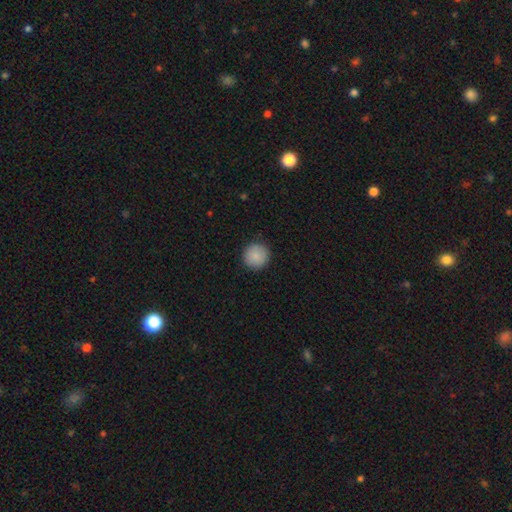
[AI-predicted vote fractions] A smooth galaxy with no disk features (87%) that is round (95%). Merging: none (91%).